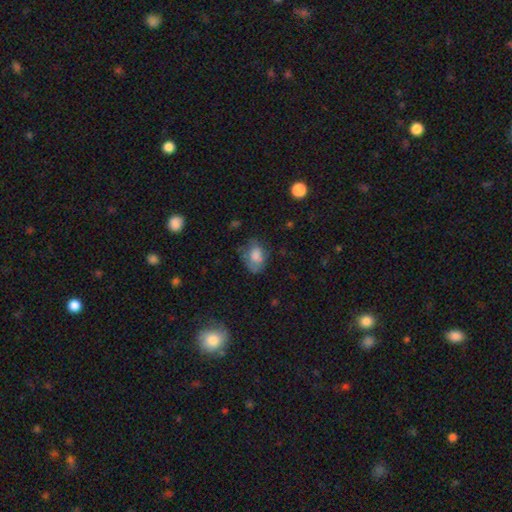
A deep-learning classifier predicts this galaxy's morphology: Q: Smooth or featured?
A: smooth (68%); runner-up: featured or disk (21%)
Q: How rounded?
A: in between (73%); runner-up: round (26%)
Q: Merging?
A: none (50%); runner-up: minor disturbance (29%)